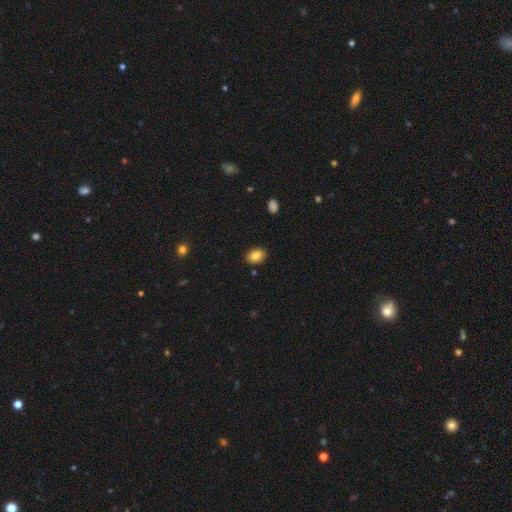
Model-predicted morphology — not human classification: smooth-or-featured: smooth: 82% | featured or disk: 9% | star or artifact: 9%
  how-rounded: in between: 75% | round: 23% | cigar-shaped: 1%
  merging: none: 88% | minor disturbance: 8% | major disturbance: 2% | merger: 2%